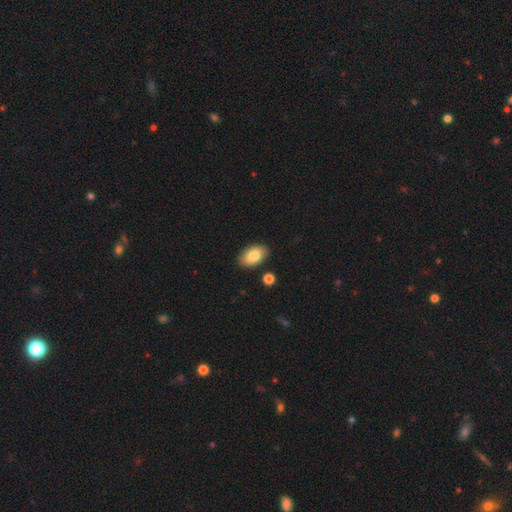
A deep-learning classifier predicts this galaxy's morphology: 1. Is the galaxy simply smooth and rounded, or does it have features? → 84% smooth, 10% featured or disk, 7% star or artifact.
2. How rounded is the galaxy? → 94% in between, 5% round, 1% cigar-shaped.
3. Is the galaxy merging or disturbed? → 85% none, 10% minor disturbance, 3% merger, 2% major disturbance.